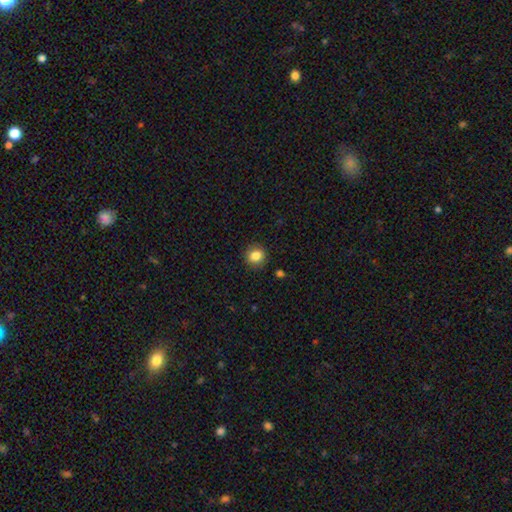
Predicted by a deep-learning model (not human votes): smooth 85%, star or artifact 10%, featured or disk 5%. Down the decision tree: how rounded — round (83%); merging — none (89%).